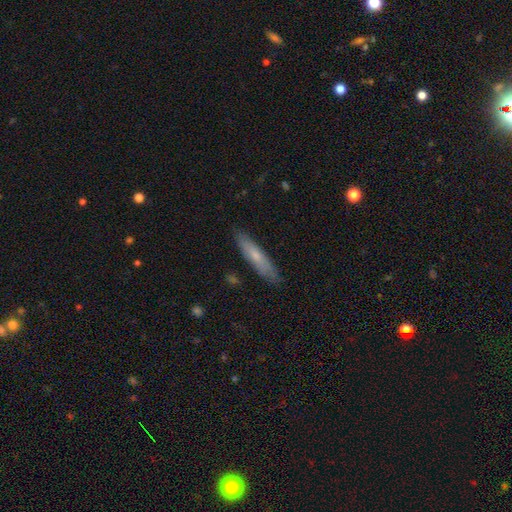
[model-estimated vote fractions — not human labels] Smooth or featured? Predicted: smooth (p=0.62). How rounded? Predicted: cigar-shaped (p=0.86). Merging? Predicted: none (p=0.86).